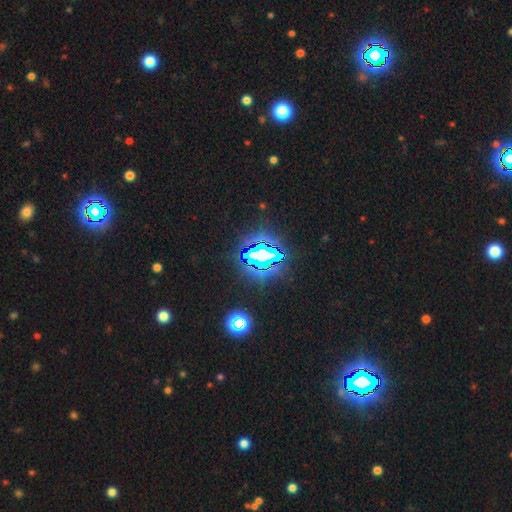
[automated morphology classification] This is likely a star or artifact rather than a galaxy (79%).